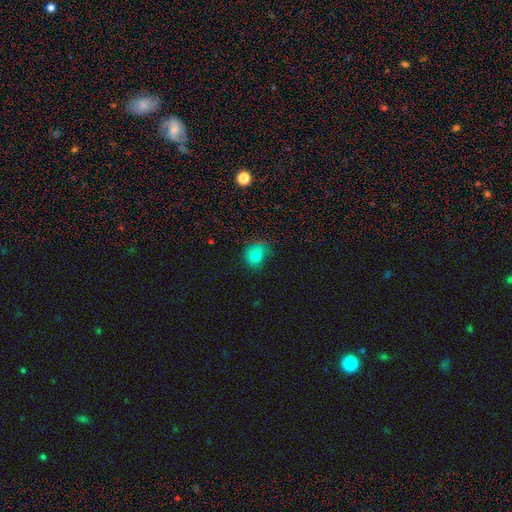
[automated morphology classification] Overall: smooth (80%). How rounded: round (61%; in between 38%). Merging: none (58%; minor disturbance 30%).